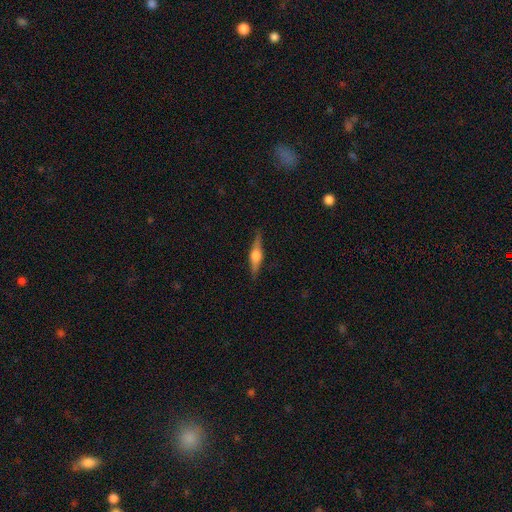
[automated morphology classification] smooth-or-featured: featured or disk: 71% | smooth: 22% | star or artifact: 6%
  disk-edge-on: yes: 97% | no: 3%
    edge-on-bulge: rounded: 91% | boxy: 7% | none: 2%
  merging: none: 87% | minor disturbance: 9% | major disturbance: 2% | merger: 1%